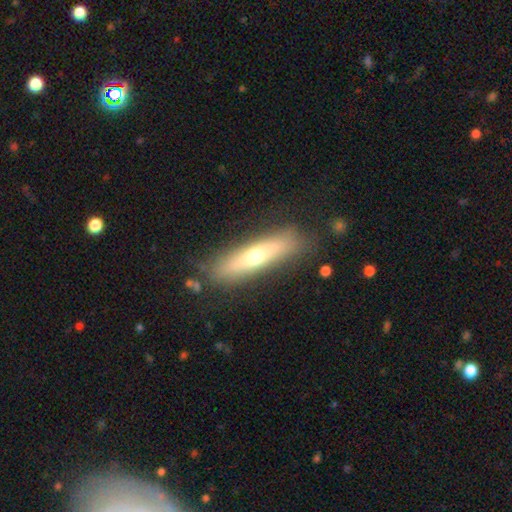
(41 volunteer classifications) smooth 46%, featured or disk 44%, star or artifact 10%. Down the decision tree: how rounded — cigar-shaped (84%); merging — none (84%).